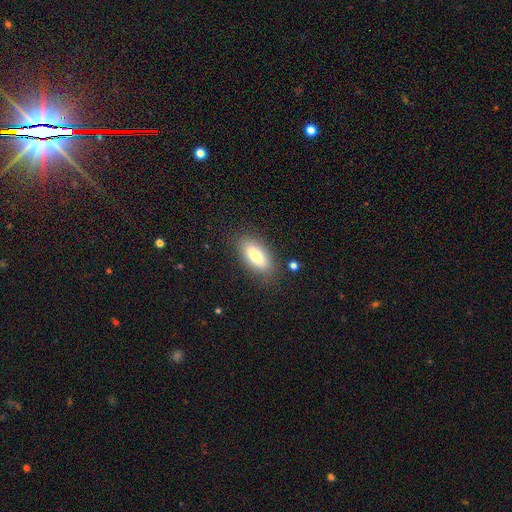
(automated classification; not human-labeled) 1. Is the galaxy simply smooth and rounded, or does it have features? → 78% smooth, 15% featured or disk, 8% star or artifact.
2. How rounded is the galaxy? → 84% in between, 13% cigar-shaped, 3% round.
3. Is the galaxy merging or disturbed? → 83% none, 12% minor disturbance, 4% major disturbance, 2% merger.